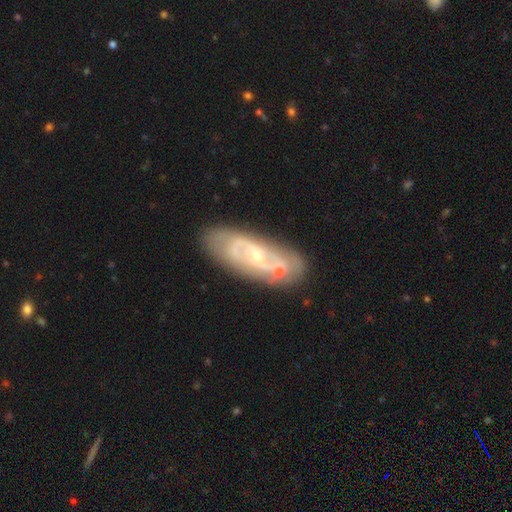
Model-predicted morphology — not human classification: A featured or disk galaxy (77%) with no bar (42%), 2 (67%) medium (43%) spiral arms (79%) and a small central bulge (70%). Merging: none (68%).